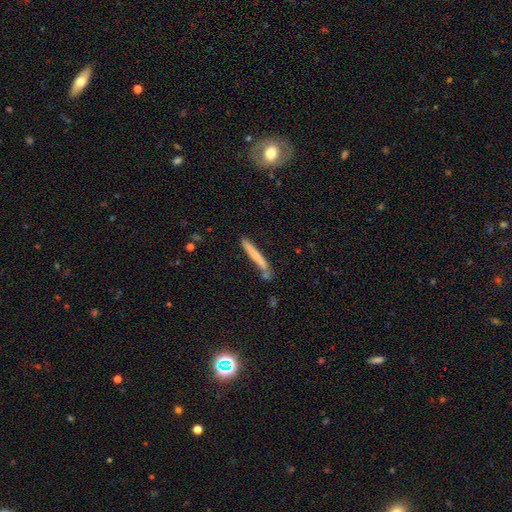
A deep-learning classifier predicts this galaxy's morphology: smooth 65%, featured or disk 28%, star or artifact 6%. Down the decision tree: how rounded — cigar-shaped (96%); merging — none (75%).